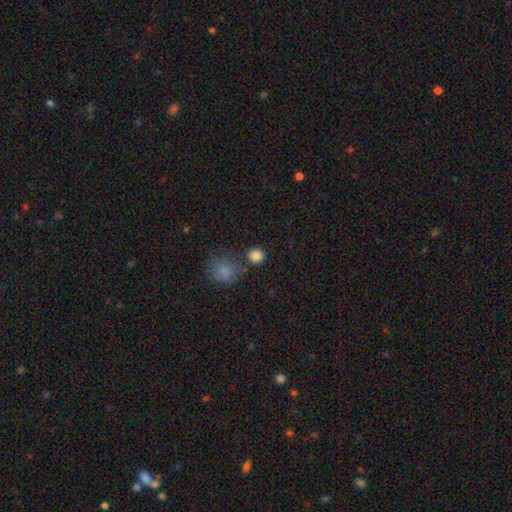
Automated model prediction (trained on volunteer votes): smooth 84%, star or artifact 12%, featured or disk 4%. Down the decision tree: how rounded — round (91%); merging — none (79%).